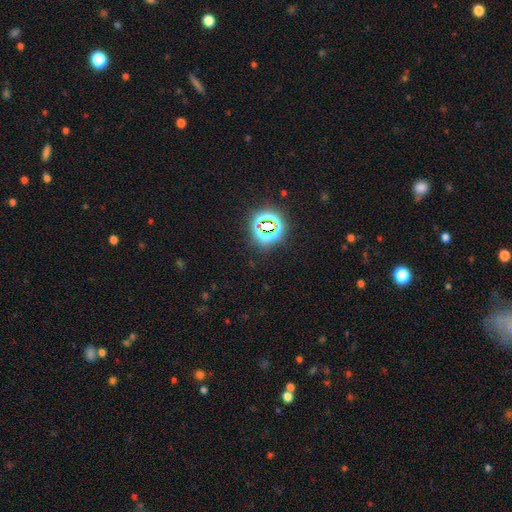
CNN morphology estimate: Smooth or featured? Predicted: star or artifact (p=0.80).